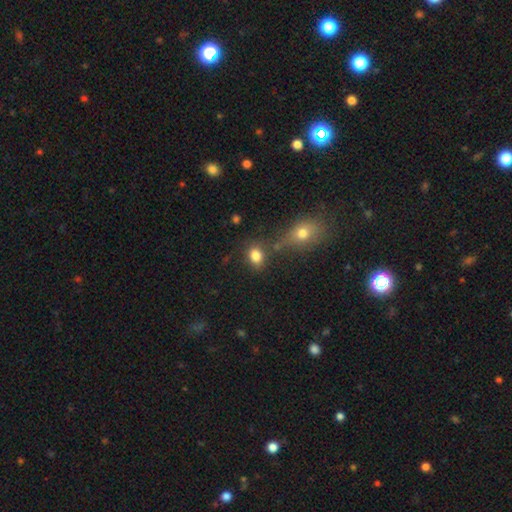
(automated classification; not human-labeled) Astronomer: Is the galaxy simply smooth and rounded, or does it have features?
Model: smooth — 81%.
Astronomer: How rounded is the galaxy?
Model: in between — 65%.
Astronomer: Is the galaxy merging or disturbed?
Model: none — 62%.